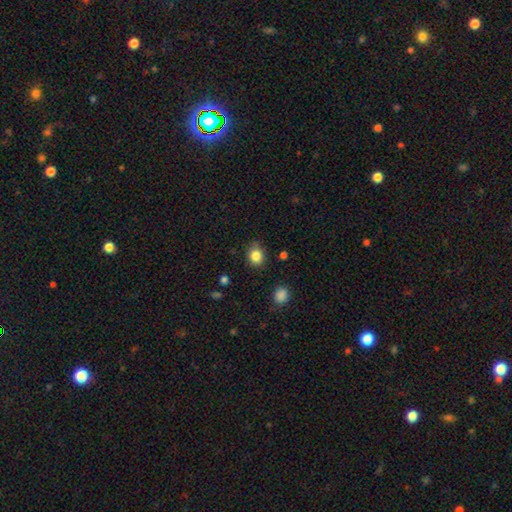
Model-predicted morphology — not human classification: This is clearly a smooth galaxy (85%). How rounded: likely round (61%). Merging: likely none (74%).